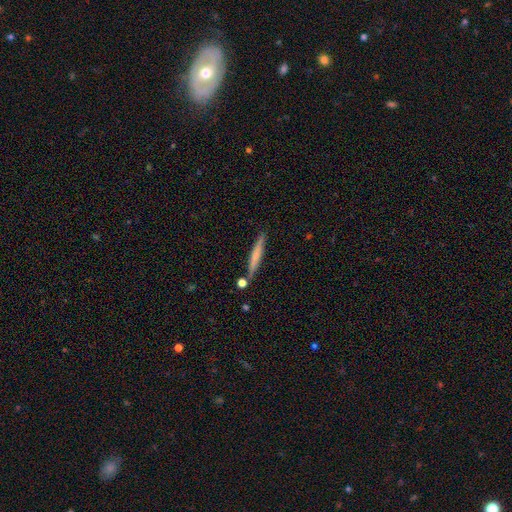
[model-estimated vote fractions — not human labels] Overall: smooth (59%; featured or disk 35%). How rounded: cigar-shaped (95%). Merging: none (82%).